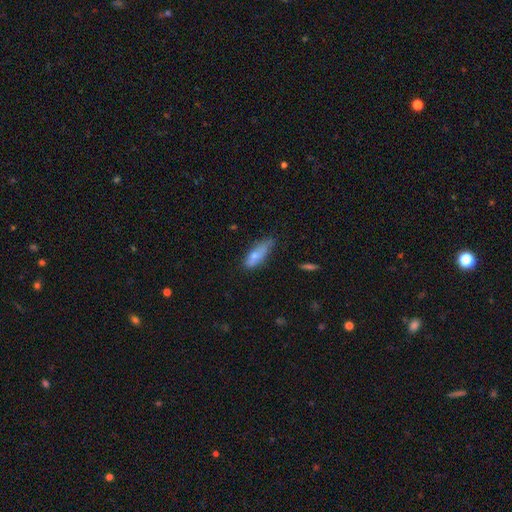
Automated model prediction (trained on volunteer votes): Smooth or featured?
  - smooth: 73% *
  - featured or disk: 20%
  - star or artifact: 7%
How rounded?
  - in between: 57% *
  - cigar-shaped: 40%
  - round: 3%
Merging?
  - none: 47% *
  - minor disturbance: 36%
  - major disturbance: 12%
  - merger: 5%